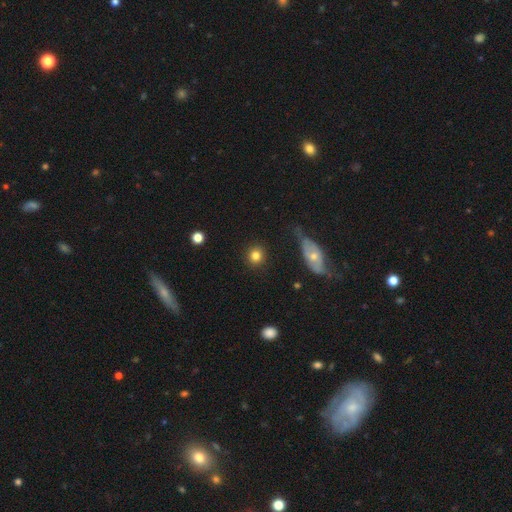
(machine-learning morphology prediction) This appears to be a smooth galaxy with no disk features (82%) that is round (90%). Merging: none (87%).